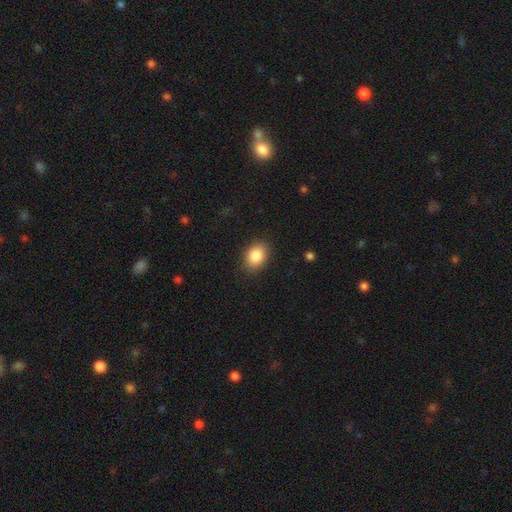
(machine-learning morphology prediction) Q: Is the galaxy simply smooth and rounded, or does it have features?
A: smooth — 87%.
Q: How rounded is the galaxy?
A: in between — 69%.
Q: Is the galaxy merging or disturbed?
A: none — 86%.